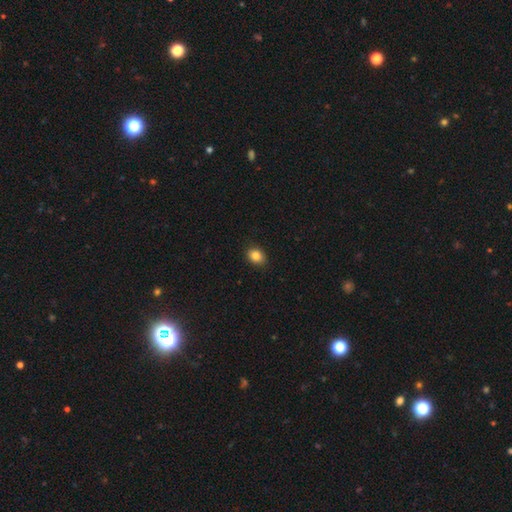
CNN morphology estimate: Smooth or featured? Predicted: smooth (p=0.84). How rounded? Predicted: in between (p=0.51). Merging? Predicted: none (p=0.89).